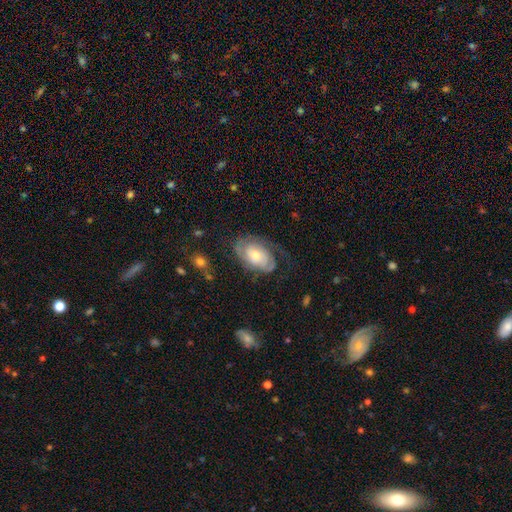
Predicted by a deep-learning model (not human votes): smooth-or-featured: featured or disk: 69% | smooth: 25% | star or artifact: 6%
  disk-edge-on: no: 95% | yes: 5%
    bar: no: 72% | weak: 23% | strong: 5%
    has-spiral-arms: yes: 86% | no: 14%
      spiral-winding: tight: 53% | medium: 31% | loose: 15%
      spiral-arm-count: 2: 44% | can't tell: 32% | 1: 11% | 3: 7% | 4: 3% | more than 4: 2%
    bulge-size: moderate: 52% | small: 38% | large: 7% | none: 2% | dominant: 1%
  merging: none: 57% | minor disturbance: 22% | major disturbance: 19% | merger: 2%